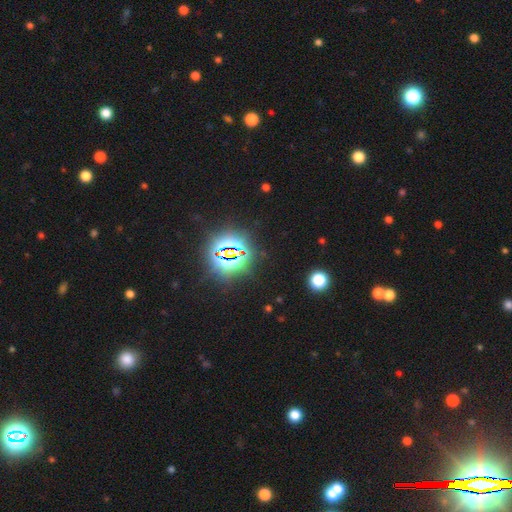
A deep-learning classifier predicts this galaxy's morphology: Smooth or featured? star or artifact (83%)